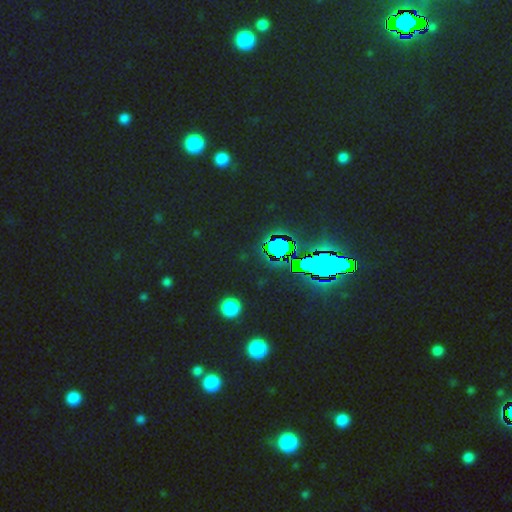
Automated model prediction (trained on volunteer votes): This appears to be a star or artifact, not a galaxy (81%).